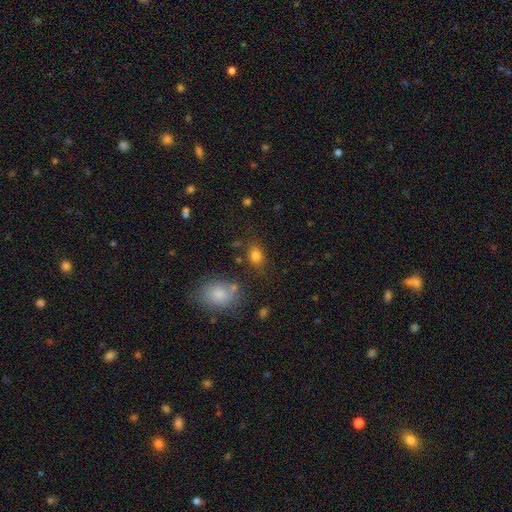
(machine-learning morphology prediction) This appears to be a smooth galaxy with no disk features (80%) that is in between round and cigar-shaped (67%). Merging: none (73%).